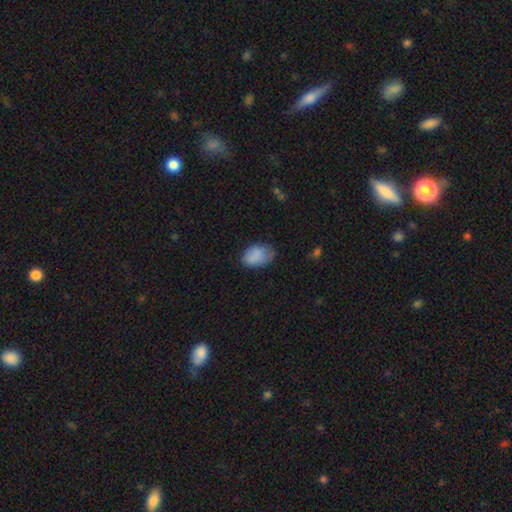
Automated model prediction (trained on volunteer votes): This appears to be a smooth galaxy with no disk features (85%) that is in between round and cigar-shaped (86%). Merging: none (65%).